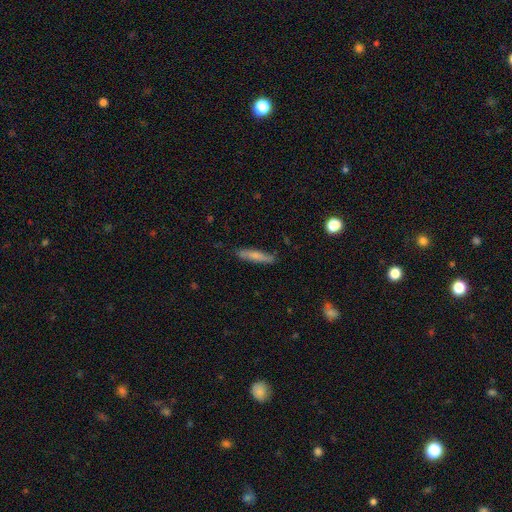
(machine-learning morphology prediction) smooth_or_featured: smooth (p=0.65) [alt: featured or disk p=0.28]
how_rounded: cigar-shaped (p=0.86) [alt: in between p=0.12]
merging: none (p=0.82) [alt: minor disturbance p=0.14]